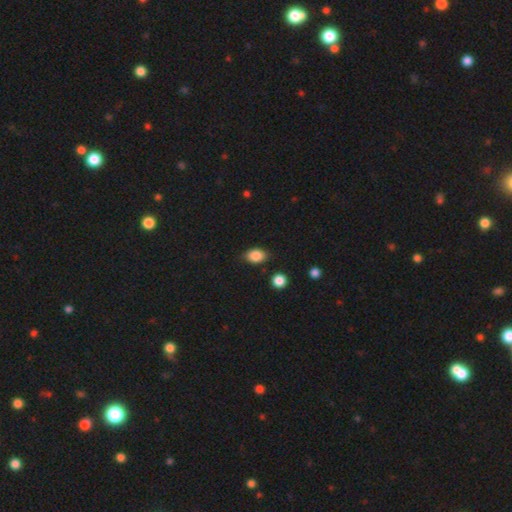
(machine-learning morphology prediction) Smooth or featured? smooth (86%)
How rounded? in between (79%)
Merging? none (79%)